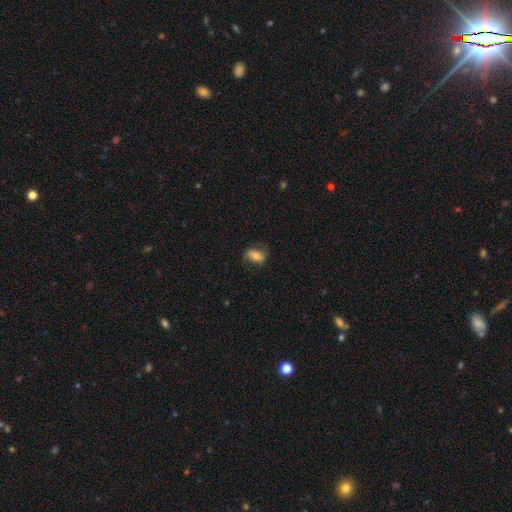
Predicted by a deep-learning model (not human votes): Morphology: type=smooth (63%); roundness=in between (83%); merging=none (69%).